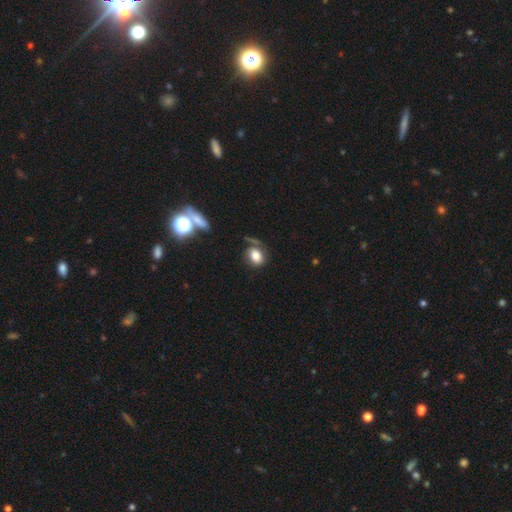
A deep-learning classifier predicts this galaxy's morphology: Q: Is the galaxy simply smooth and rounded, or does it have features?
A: smooth — 76%.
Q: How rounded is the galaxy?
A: in between — 51%.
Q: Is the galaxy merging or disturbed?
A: none — 58%.